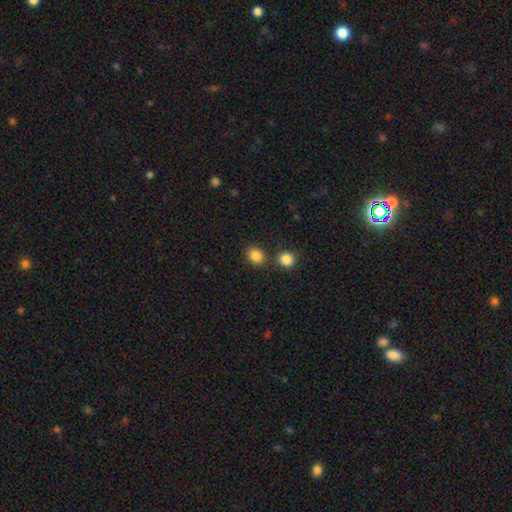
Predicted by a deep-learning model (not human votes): A smooth galaxy with no disk features (86%) that is round (53%).

Vote fractions:
- Smooth or featured? smooth: 86% / star or artifact: 10% / featured or disk: 4%
- How rounded? round: 53% / in between: 46% / cigar-shaped: 1%
- Merging? none: 75% / merger: 13% / minor disturbance: 9% / major disturbance: 3%